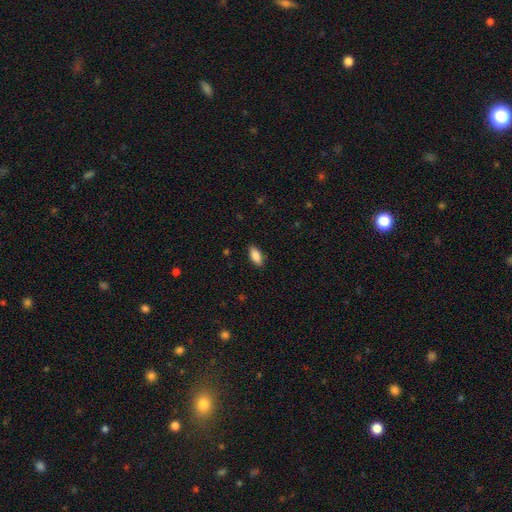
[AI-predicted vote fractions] The model was most divided on "how rounded": in between: 85%, cigar-shaped: 12%, round: 2%. More confident: merging — none (87%); smooth or featured — smooth (87%).